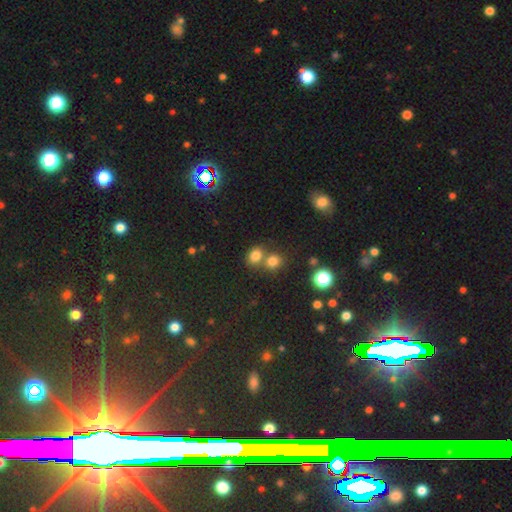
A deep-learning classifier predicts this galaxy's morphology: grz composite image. It shows a smooth galaxy with no disk features (77%) that is round (52%). Merging: none (47%).